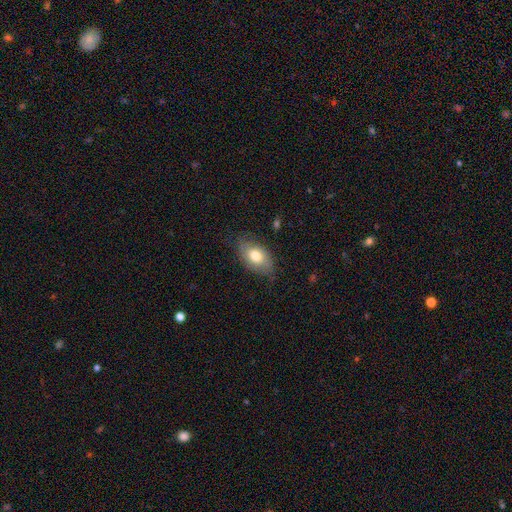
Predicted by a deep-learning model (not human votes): smooth 70%, featured or disk 23%, star or artifact 7%. Down the decision tree: how rounded — in between (90%); merging — none (70%).